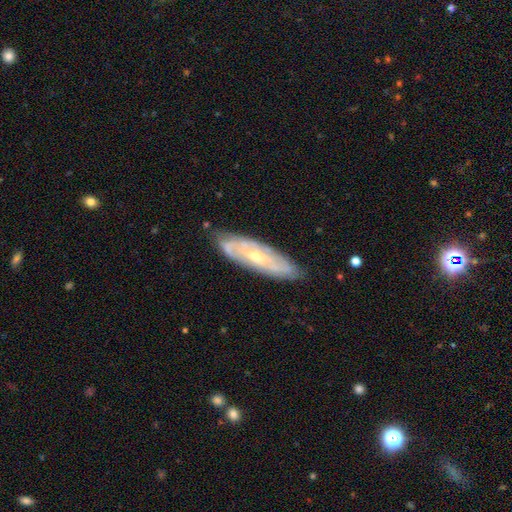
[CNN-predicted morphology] Smooth or featured?
  - featured or disk: 73% *
  - smooth: 21%
  - star or artifact: 6%
Edge-on disk?
  - no: 72% *
  - yes: 28%
Bar?
  - no: 57% *
  - weak: 33%
  - strong: 11%
Spiral arms?
  - yes: 75% *
  - no: 25%
Bulge size?
  - small: 51% *
  - moderate: 45%
  - large: 2%
  - none: 1%
  - dominant: 1%
Merging?
  - none: 79% *
  - minor disturbance: 16%
  - major disturbance: 3%
  - merger: 2%